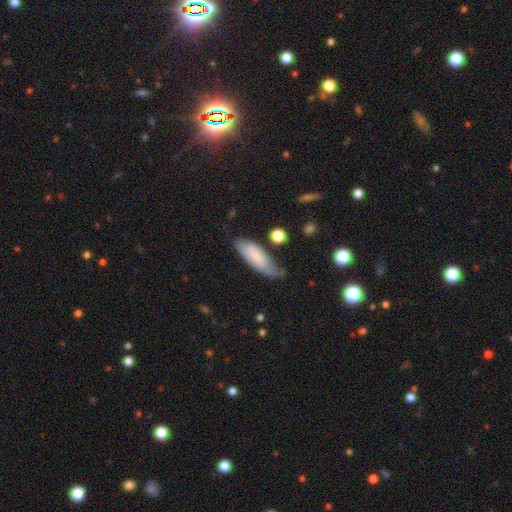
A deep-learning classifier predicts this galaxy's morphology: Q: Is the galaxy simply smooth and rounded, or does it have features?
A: smooth — 65%.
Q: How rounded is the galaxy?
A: in between — 65%.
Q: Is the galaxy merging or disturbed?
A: none — 54%.